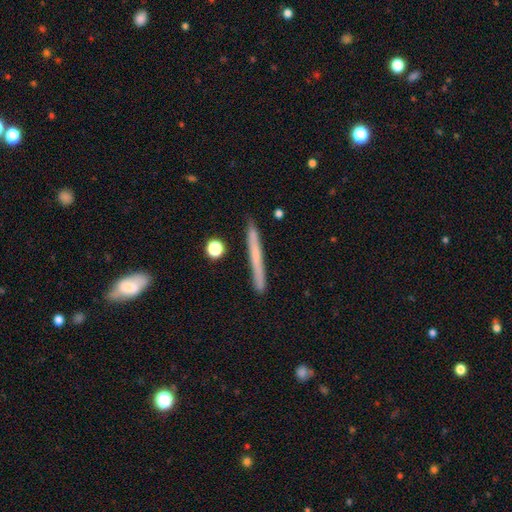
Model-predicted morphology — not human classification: The model was most divided on "smooth or featured": smooth: 51%, featured or disk: 42%, star or artifact: 7%. More confident: how rounded — cigar-shaped (96%); merging — none (89%).